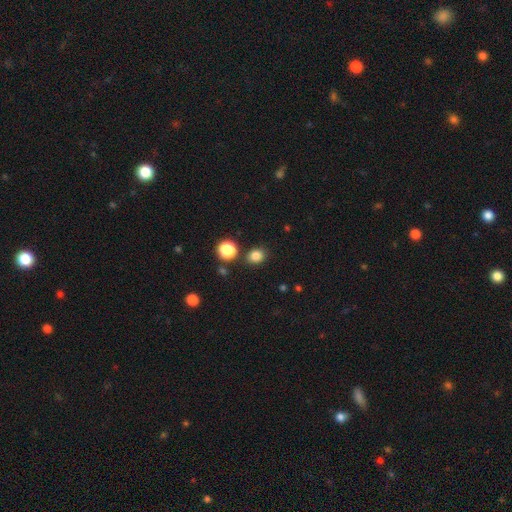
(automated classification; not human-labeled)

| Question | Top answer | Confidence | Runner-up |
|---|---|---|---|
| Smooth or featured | smooth | 83% | star or artifact (13%) |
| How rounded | round | 62% | in between (37%) |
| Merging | none | 82% | minor disturbance (9%) |